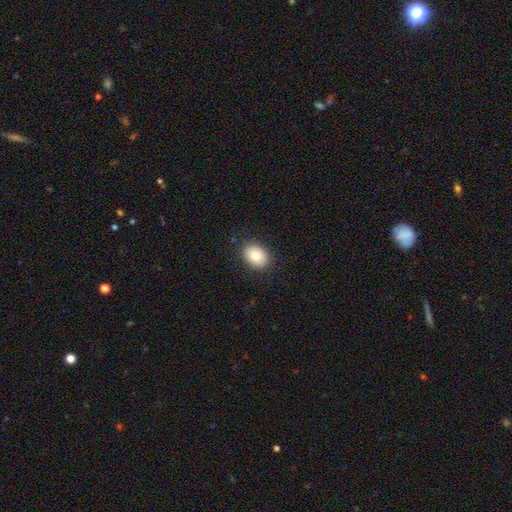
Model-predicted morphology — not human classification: type=smooth (85%); roundness=in between (72%); merging=none (89%).